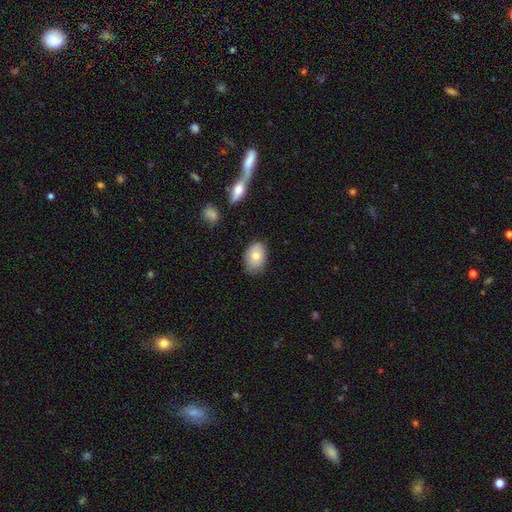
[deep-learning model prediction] A smooth galaxy with no disk features (76%) that is in between round and cigar-shaped (84%). Merging: none (76%).